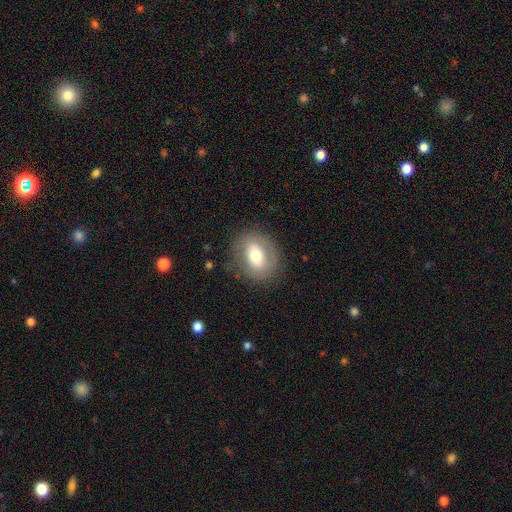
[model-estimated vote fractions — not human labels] smooth 60%, featured or disk 31%, star or artifact 8%. Down the decision tree: how rounded — in between (53%); merging — none (80%).